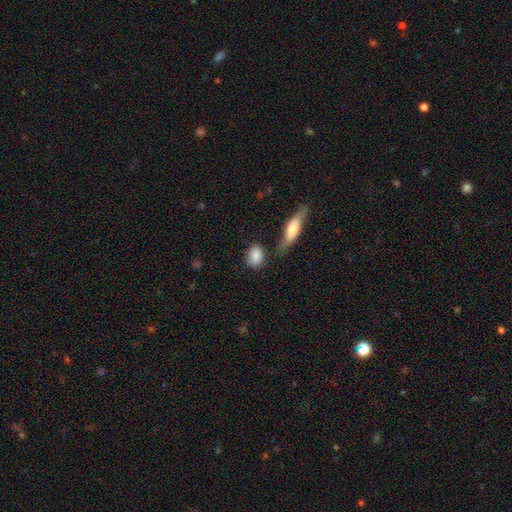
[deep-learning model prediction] A smooth galaxy with no disk features (86%) that is in between round and cigar-shaped (60%). Merging: none (70%).